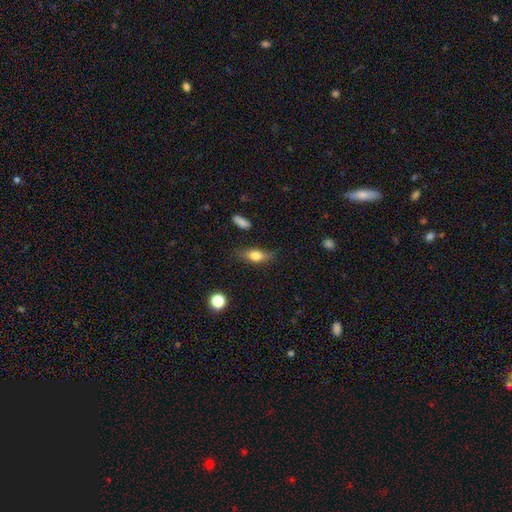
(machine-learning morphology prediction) Smooth or featured? smooth (70%)
How rounded? in between (68%)
Merging? none (74%)